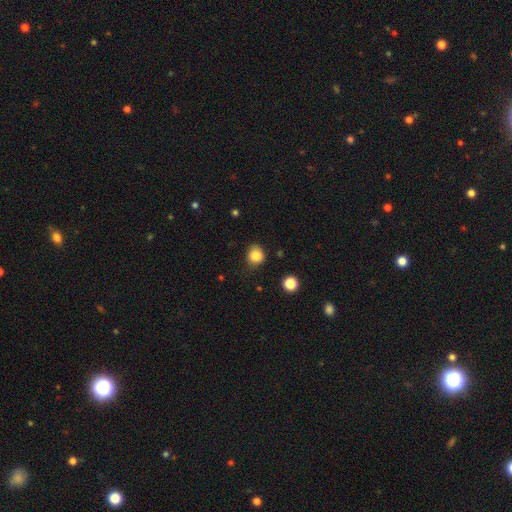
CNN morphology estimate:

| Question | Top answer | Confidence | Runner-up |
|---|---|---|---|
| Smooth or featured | smooth | 85% | star or artifact (11%) |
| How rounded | round | 80% | in between (19%) |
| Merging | none | 74% | minor disturbance (20%) |